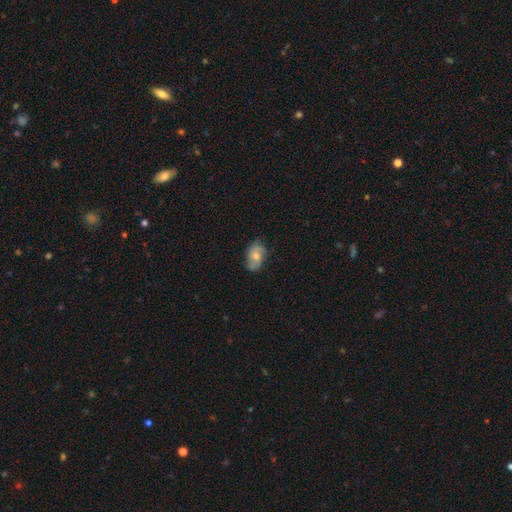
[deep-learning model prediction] A featured or disk galaxy (51%). Merging: none (65%).